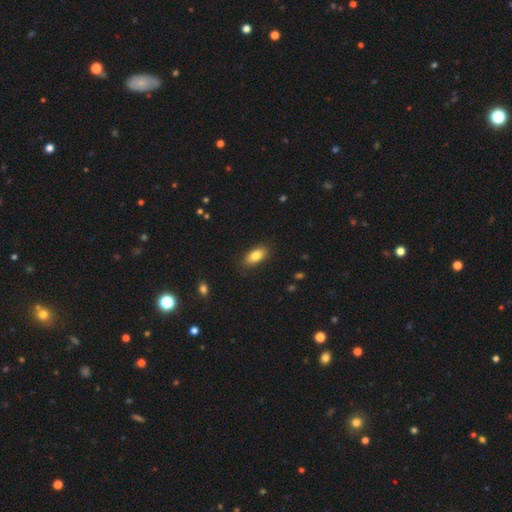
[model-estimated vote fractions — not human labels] This appears to be a smooth galaxy with no disk features (83%) that is in between round and cigar-shaped (89%). Merging: none (85%).